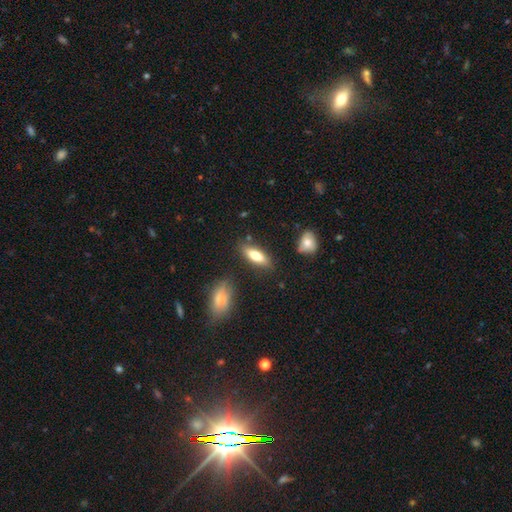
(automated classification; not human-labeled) Q: Smooth or featured?
A: smooth (74%); runner-up: featured or disk (20%)
Q: How rounded?
A: in between (62%); runner-up: cigar-shaped (36%)
Q: Merging?
A: none (79%); runner-up: minor disturbance (13%)